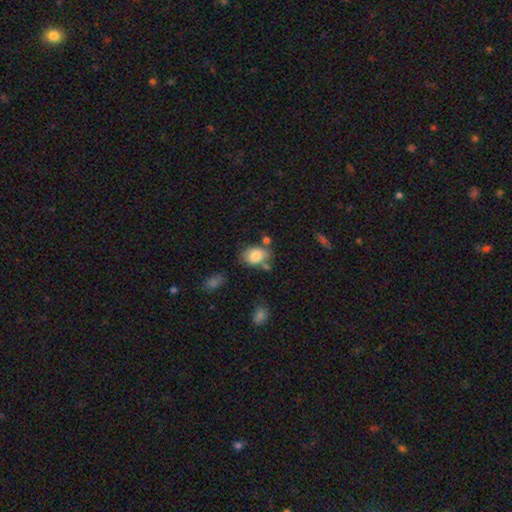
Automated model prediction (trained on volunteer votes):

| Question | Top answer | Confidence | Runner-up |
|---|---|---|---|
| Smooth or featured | smooth | 81% | featured or disk (11%) |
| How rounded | in between | 76% | round (23%) |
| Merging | none | 61% | minor disturbance (20%) |